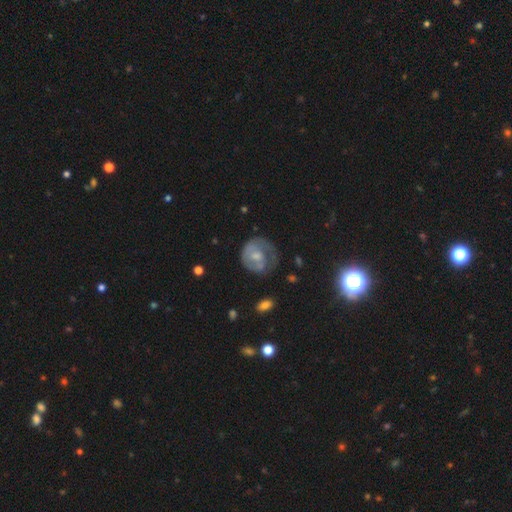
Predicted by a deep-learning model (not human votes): featured or disk 55%, smooth 38%, star or artifact 7%. Down the decision tree: edge-on disk — no (97%); bar — no (65%); spiral arms — yes (63%); bulge size — moderate (44%); merging — none (48%).